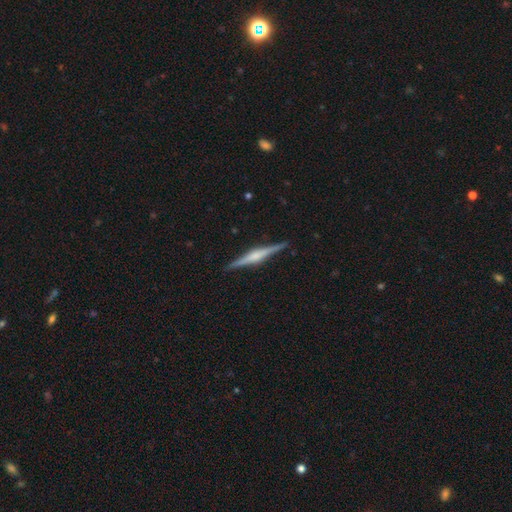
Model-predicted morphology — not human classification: Smooth or featured?
  - featured or disk: 79% *
  - smooth: 16%
  - star or artifact: 5%
Edge-on disk?
  - yes: 98% *
  - no: 2%
Edge-on bulge?
  - rounded: 72% *
  - boxy: 19%
  - none: 9%
Merging?
  - none: 91% *
  - minor disturbance: 7%
  - major disturbance: 1%
  - merger: 1%